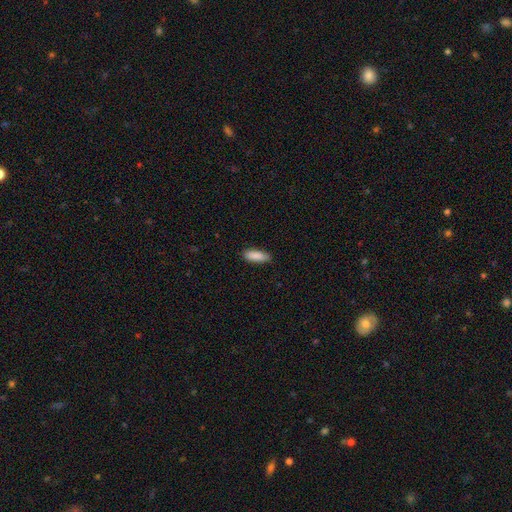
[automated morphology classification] Q: Smooth or featured?
A: smooth (89%); runner-up: star or artifact (6%)
Q: How rounded?
A: in between (66%); runner-up: cigar-shaped (32%)
Q: Merging?
A: none (84%); runner-up: minor disturbance (13%)